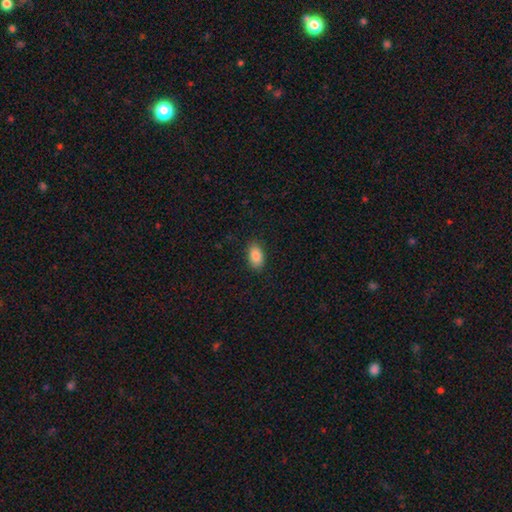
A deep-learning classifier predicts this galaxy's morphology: Smooth or featured: smooth — 86% (star or artifact — 8%)
How rounded: in between — 92% (round — 6%)
Merging: none — 88% (minor disturbance — 9%)